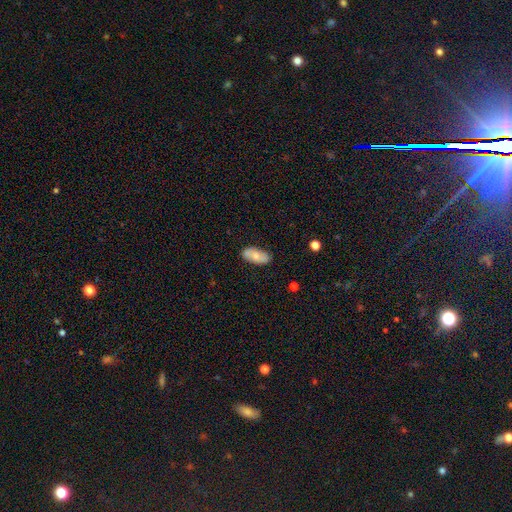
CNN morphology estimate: Overall: smooth (64%; featured or disk 30%). How rounded: in between (90%). Merging: none (84%).